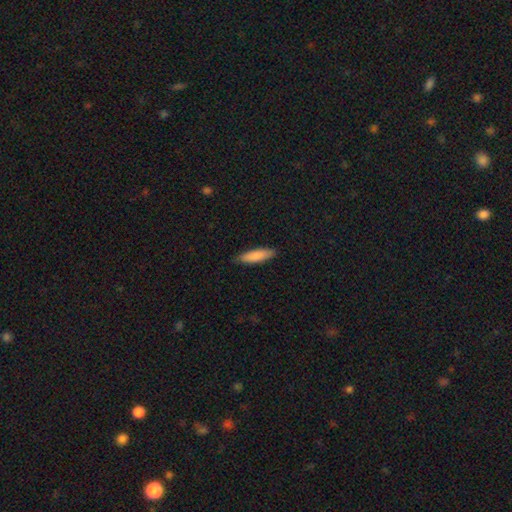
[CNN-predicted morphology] Smooth or featured? Predicted: smooth (p=0.85). How rounded? Predicted: cigar-shaped (p=0.67). Merging? Predicted: none (p=0.87).